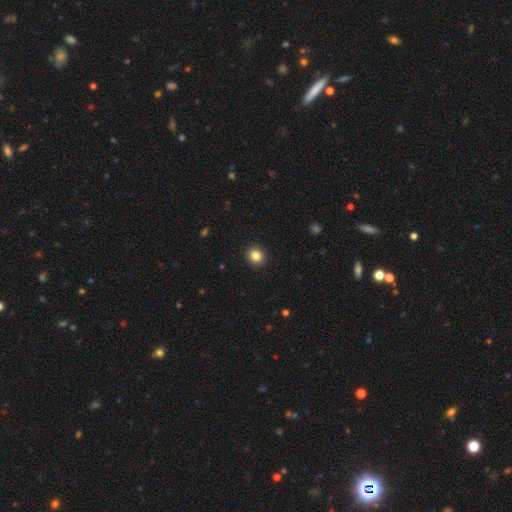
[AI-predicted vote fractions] smooth 85%, star or artifact 10%, featured or disk 5%. Down the decision tree: how rounded — round (88%); merging — none (93%).